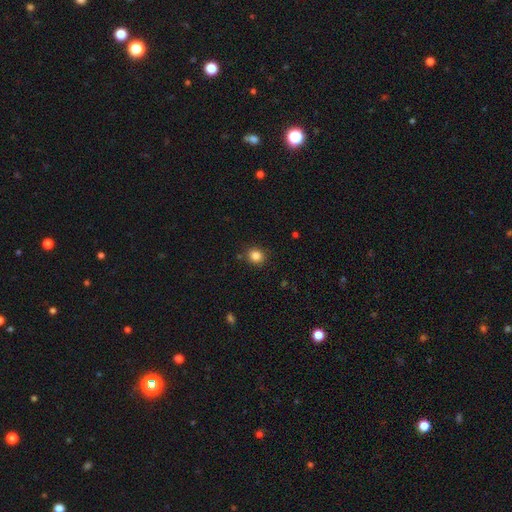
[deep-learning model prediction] Q: Smooth or featured?
A: smooth (84%); runner-up: star or artifact (12%)
Q: How rounded?
A: round (81%); runner-up: in between (18%)
Q: Merging?
A: none (87%); runner-up: minor disturbance (9%)